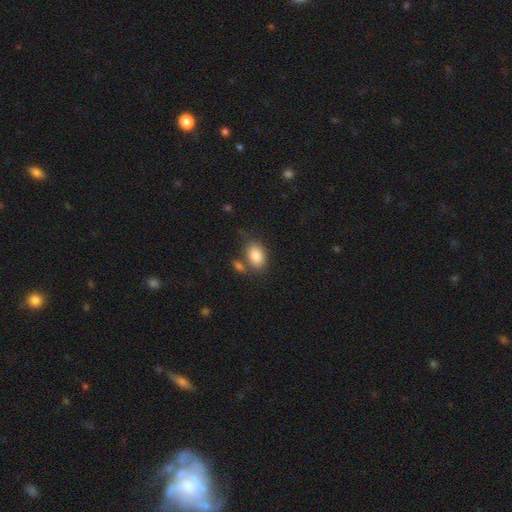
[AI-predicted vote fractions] This appears to be a smooth galaxy with no disk features (84%) that is in between round and cigar-shaped (85%). Merging: none (63%).